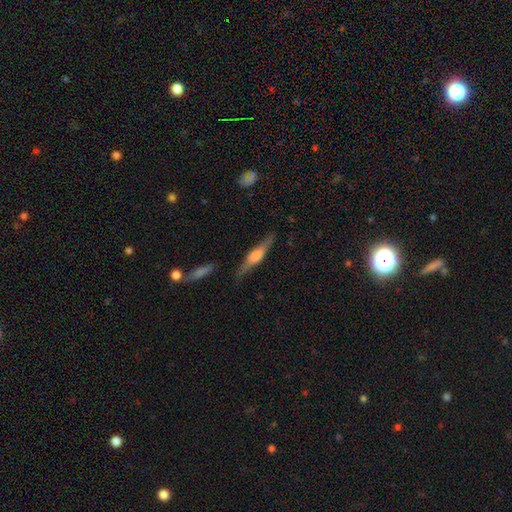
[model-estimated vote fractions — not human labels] Overall: featured or disk (65%; smooth 29%). Edge-on disk: yes (94%). Edge-on bulge: rounded (69%). Merging: none (82%).